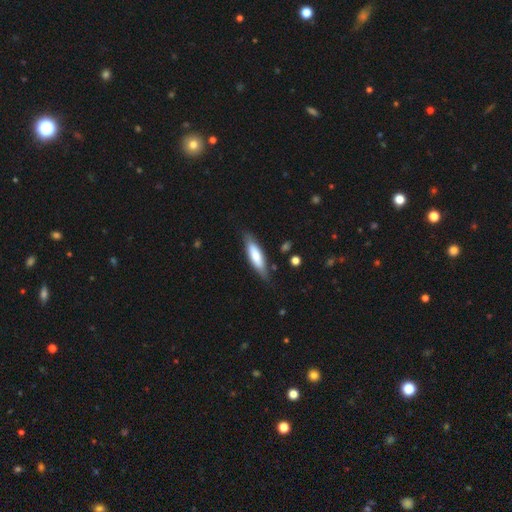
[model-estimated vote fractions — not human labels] Smooth or featured: smooth — 68% (featured or disk — 27%)
How rounded: cigar-shaped — 64% (in between — 35%)
Merging: none — 81% (minor disturbance — 14%)